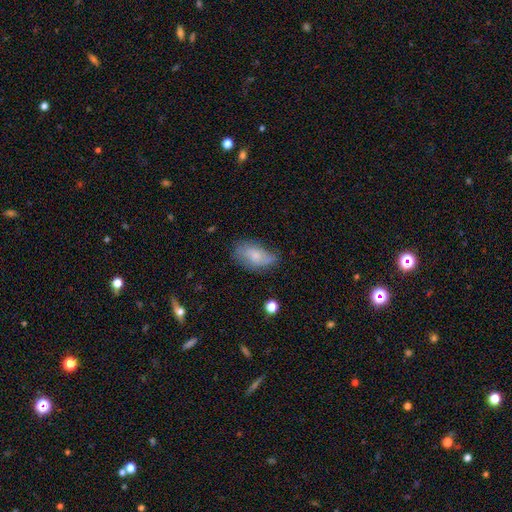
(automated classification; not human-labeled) smooth_or_featured: smooth (p=0.64) [alt: featured or disk p=0.28]
how_rounded: in between (p=0.92) [alt: round p=0.06]
merging: none (p=0.54) [alt: minor disturbance p=0.33]